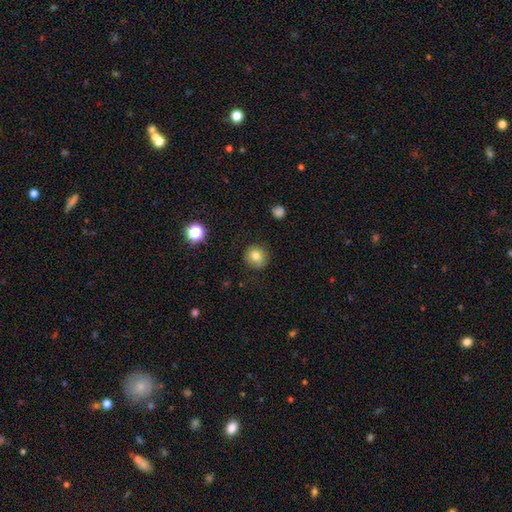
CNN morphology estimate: Overall: smooth (79%). How rounded: round (90%). Merging: none (82%).